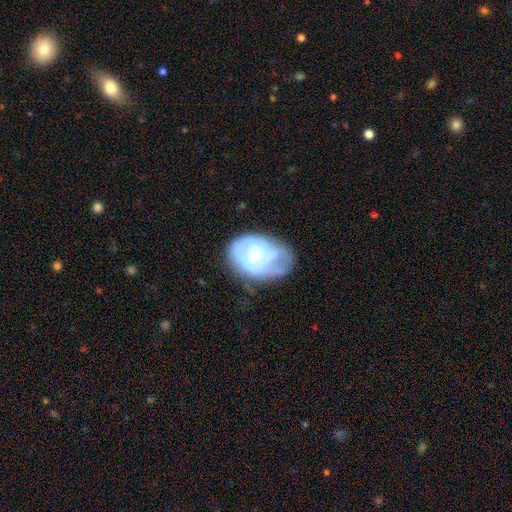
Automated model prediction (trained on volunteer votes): Smooth or featured? featured or disk (63%)
Edge-on disk? no (97%)
Bar? no (73%)
Spiral arms? yes (55%)
Bulge size? small (55%)
Merging? none (45%)